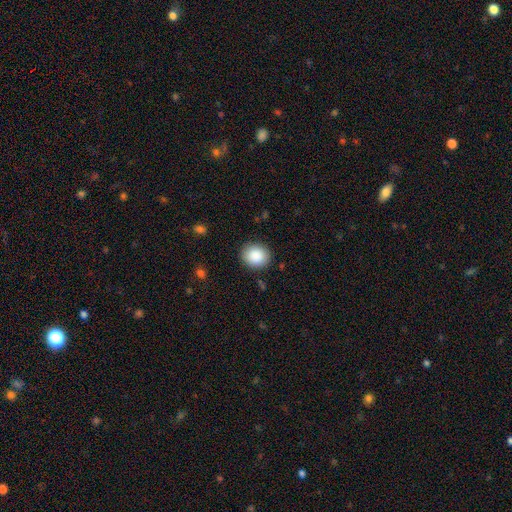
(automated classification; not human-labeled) This appears to be a smooth galaxy with no disk features (88%) that is round (75%). Merging: none (89%).